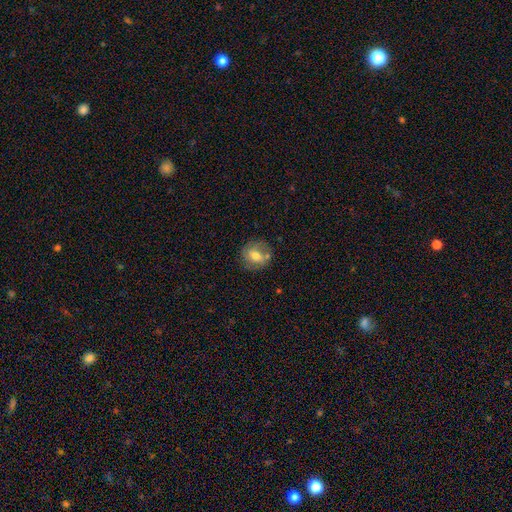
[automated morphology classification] smooth-or-featured: smooth: 56% | featured or disk: 34% | star or artifact: 10%
  how-rounded: round: 77% | in between: 22% | cigar-shaped: 1%
  merging: none: 70% | minor disturbance: 18% | merger: 8% | major disturbance: 5%